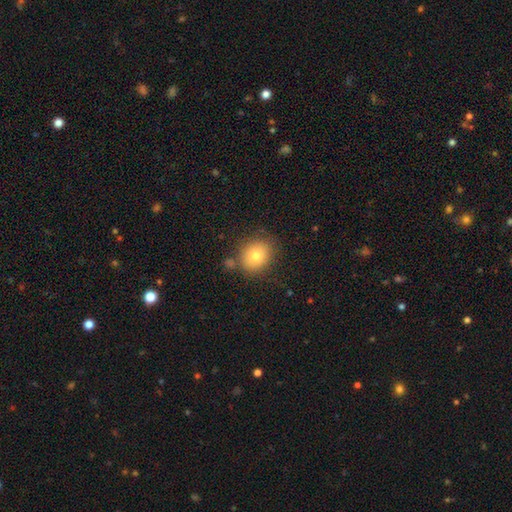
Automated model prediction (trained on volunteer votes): Smooth or featured? smooth (79%)
How rounded? round (65%)
Merging? none (78%)